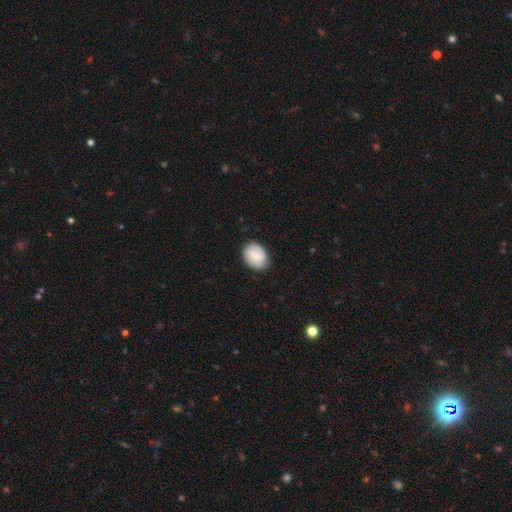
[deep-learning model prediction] The model was most divided on "how rounded": in between: 65%, round: 34%, cigar-shaped: 1%. More confident: merging — none (82%); smooth or featured — smooth (75%).